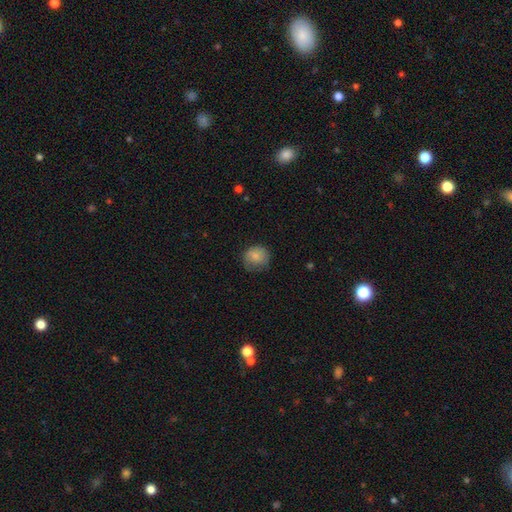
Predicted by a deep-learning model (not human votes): smooth 80%, featured or disk 12%, star or artifact 8%. Down the decision tree: how rounded — round (80%); merging — none (64%).